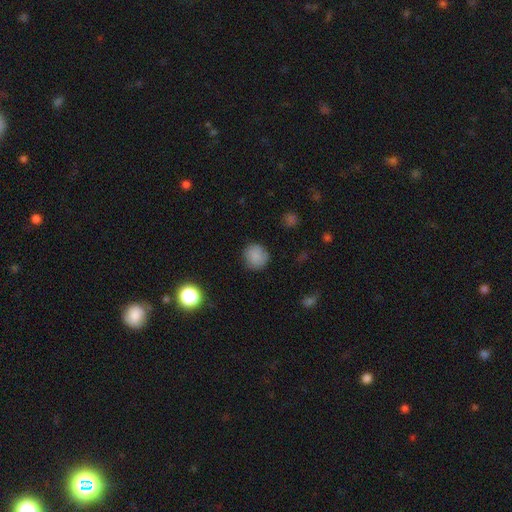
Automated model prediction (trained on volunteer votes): Smooth or featured?
  - smooth: 85% *
  - star or artifact: 10%
  - featured or disk: 5%
How rounded?
  - round: 93% *
  - in between: 6%
  - cigar-shaped: 1%
Merging?
  - none: 86% *
  - minor disturbance: 10%
  - major disturbance: 3%
  - merger: 1%